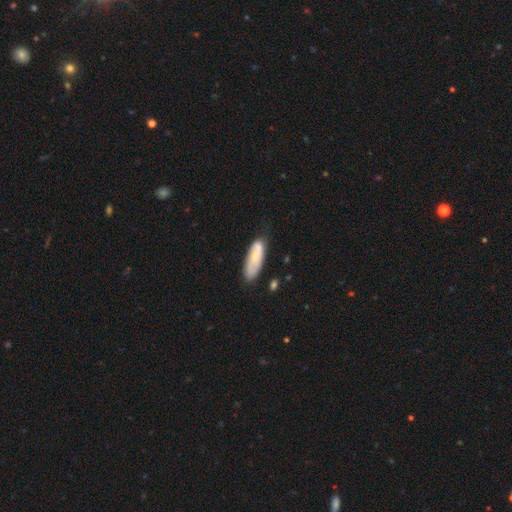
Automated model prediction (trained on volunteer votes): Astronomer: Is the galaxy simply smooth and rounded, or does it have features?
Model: smooth — 63%.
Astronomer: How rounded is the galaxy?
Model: in between — 58% (runner-up: cigar-shaped, 40%).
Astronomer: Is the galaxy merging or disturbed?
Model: none — 61%.